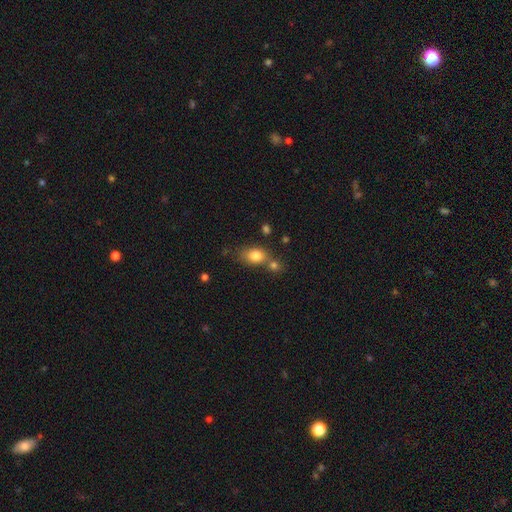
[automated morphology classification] Smooth or featured?
  - smooth: 80% *
  - star or artifact: 10%
  - featured or disk: 9%
How rounded?
  - in between: 70% *
  - round: 28%
  - cigar-shaped: 2%
Merging?
  - none: 50% *
  - merger: 31%
  - minor disturbance: 14%
  - major disturbance: 5%